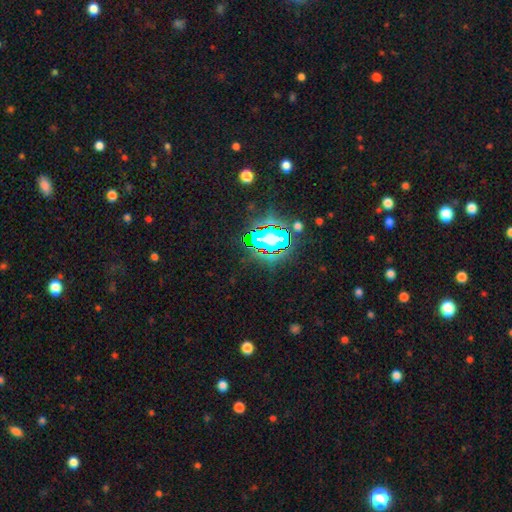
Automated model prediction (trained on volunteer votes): Morphology: type=star or artifact (84%).